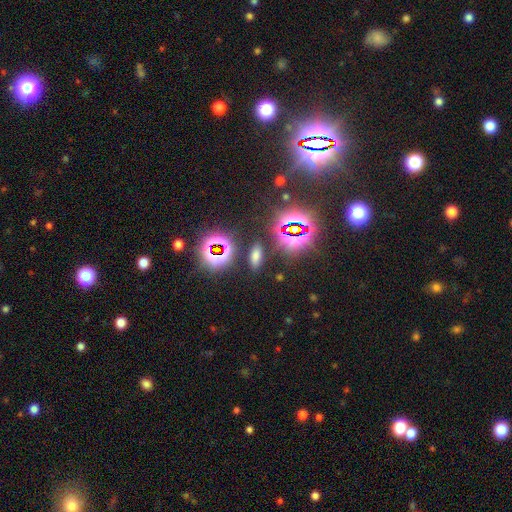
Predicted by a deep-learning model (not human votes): Morphology: type=smooth (55%); roundness=in between (73%); merging=none (85%).